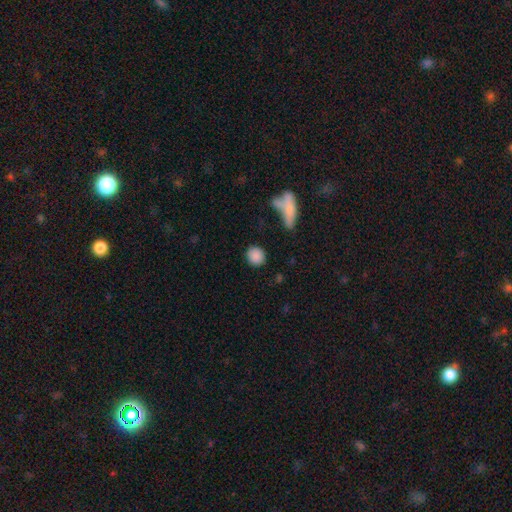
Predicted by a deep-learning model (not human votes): smooth 87%, star or artifact 8%, featured or disk 5%. Down the decision tree: how rounded — round (83%); merging — none (84%).